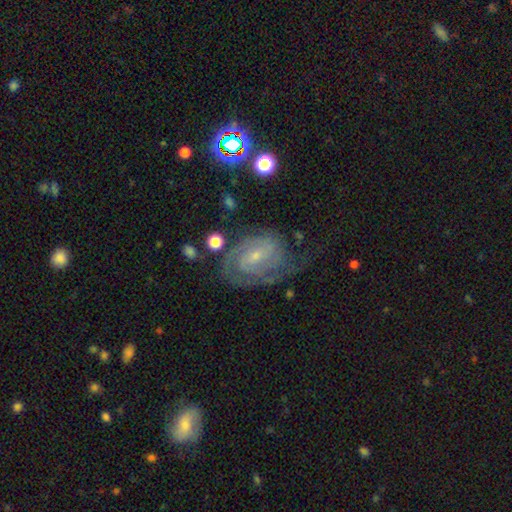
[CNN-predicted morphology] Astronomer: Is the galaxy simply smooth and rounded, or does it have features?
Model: featured or disk — 85%.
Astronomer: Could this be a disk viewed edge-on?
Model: no — 97%.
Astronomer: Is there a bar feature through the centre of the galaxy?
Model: weak — 48% (runner-up: no, 38%).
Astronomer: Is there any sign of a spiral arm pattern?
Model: yes — 96%.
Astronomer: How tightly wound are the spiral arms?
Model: tight — 62%.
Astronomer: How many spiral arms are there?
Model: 2 — 48% (runner-up: can't tell, 24%).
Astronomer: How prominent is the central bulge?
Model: small — 74%.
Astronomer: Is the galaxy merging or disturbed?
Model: none — 62%.